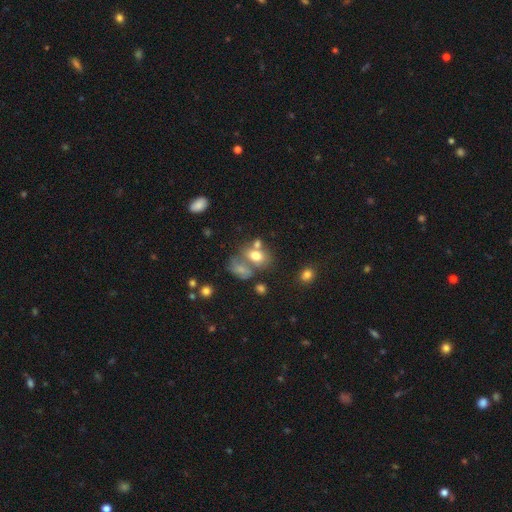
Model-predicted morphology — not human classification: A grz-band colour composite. It shows a smooth galaxy with no disk features (70%) that is in between round and cigar-shaped (68%). Merging: merger (42%).